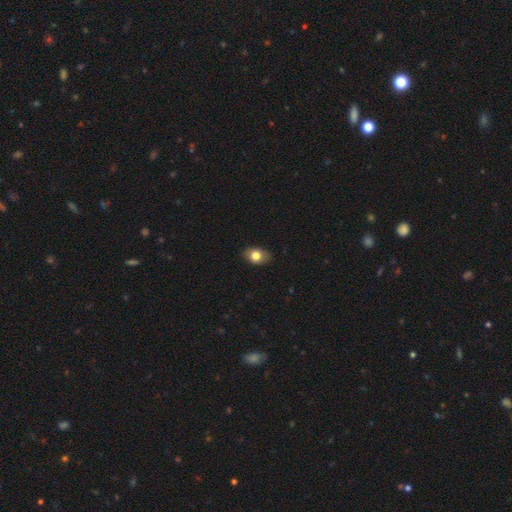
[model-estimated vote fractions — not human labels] Smooth or featured? smooth (79%)
How rounded? in between (76%)
Merging? none (84%)